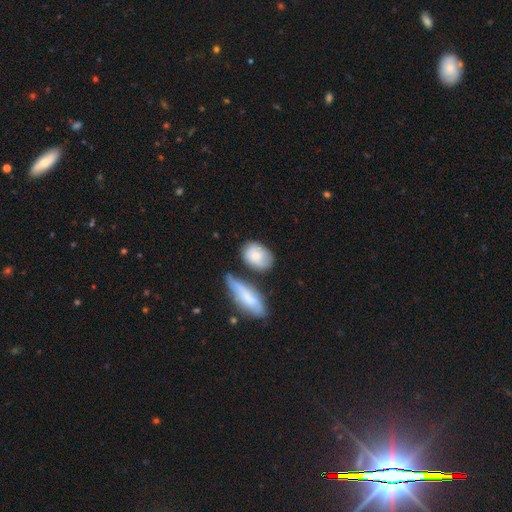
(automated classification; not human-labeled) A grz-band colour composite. It shows a smooth galaxy with no disk features (75%) that is in between round and cigar-shaped (67%). Merging: none (52%).